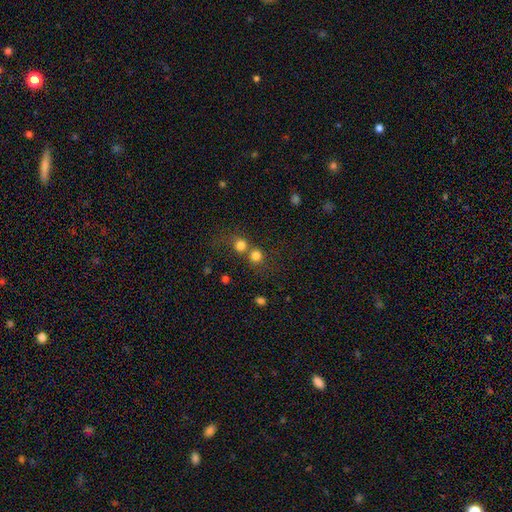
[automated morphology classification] type=smooth (78%); roundness=round (90%); merging=none (52%).